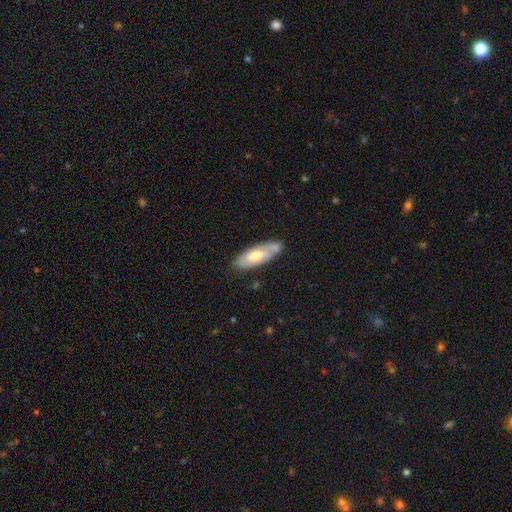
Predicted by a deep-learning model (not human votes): A smooth galaxy with no disk features (58%) that is in between round and cigar-shaped (62%). Merging: none (69%).